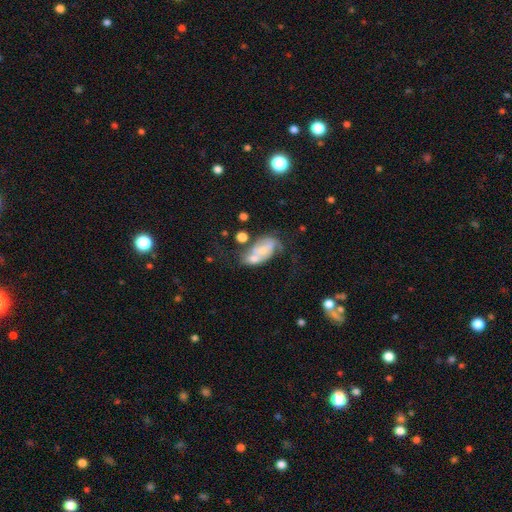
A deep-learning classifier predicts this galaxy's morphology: Smooth or featured? Predicted: featured or disk (p=0.54). Edge-on disk? Predicted: no (p=0.93). Bar? Predicted: no (p=0.70). Spiral arms? Predicted: yes (p=0.53). Bulge size? Predicted: small (p=0.58). Merging? Predicted: none (p=0.31).